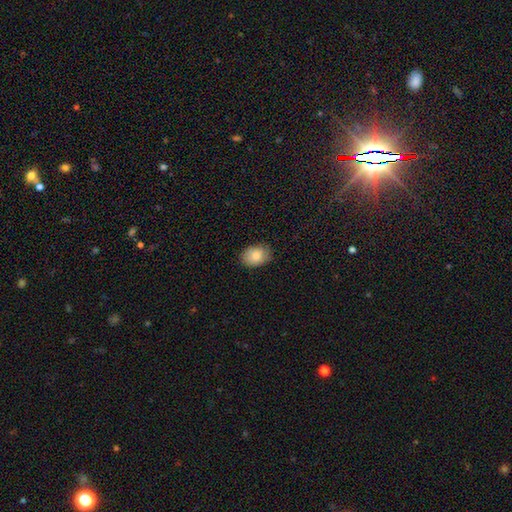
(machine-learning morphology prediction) smooth_or_featured: smooth (p=0.82) [alt: featured or disk p=0.10]
how_rounded: in between (p=0.74) [alt: round p=0.26]
merging: none (p=0.82) [alt: minor disturbance p=0.14]